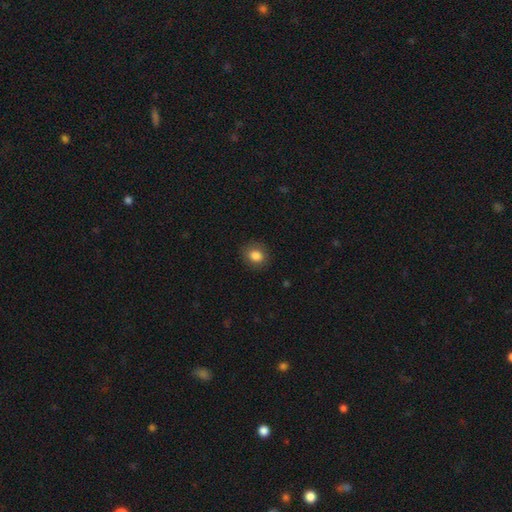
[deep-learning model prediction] A smooth galaxy with no disk features (84%) that is round (64%).

Vote fractions:
- Smooth or featured? smooth: 84% / star or artifact: 9% / featured or disk: 7%
- How rounded? round: 64% / in between: 35% / cigar-shaped: 1%
- Merging? none: 86% / minor disturbance: 10% / major disturbance: 3% / merger: 1%